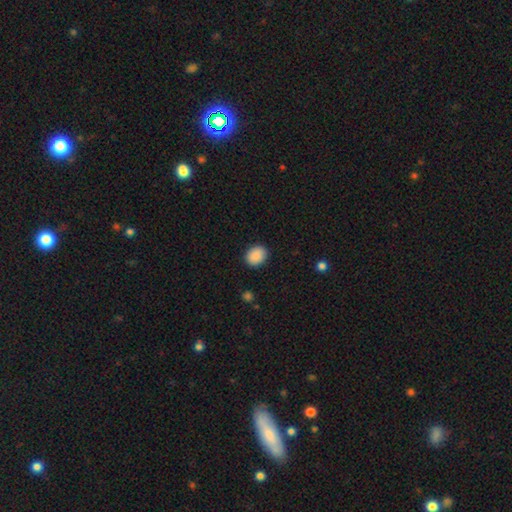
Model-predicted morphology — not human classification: The model was most divided on "how rounded": round: 53%, in between: 46%, cigar-shaped: 1%. More confident: merging — none (89%); smooth or featured — smooth (89%).